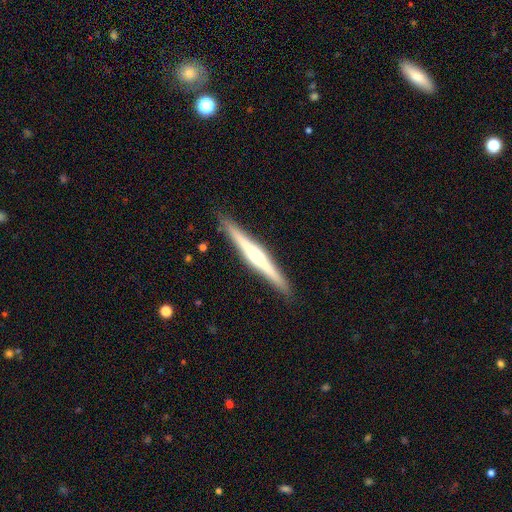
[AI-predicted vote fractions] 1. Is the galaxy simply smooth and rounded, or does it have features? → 69% featured or disk, 25% smooth, 5% star or artifact.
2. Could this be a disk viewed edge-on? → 98% yes, 2% no.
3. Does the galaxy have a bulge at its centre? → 71% rounded, 15% boxy, 14% none.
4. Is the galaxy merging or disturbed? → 90% none, 8% minor disturbance, 1% major disturbance, 1% merger.